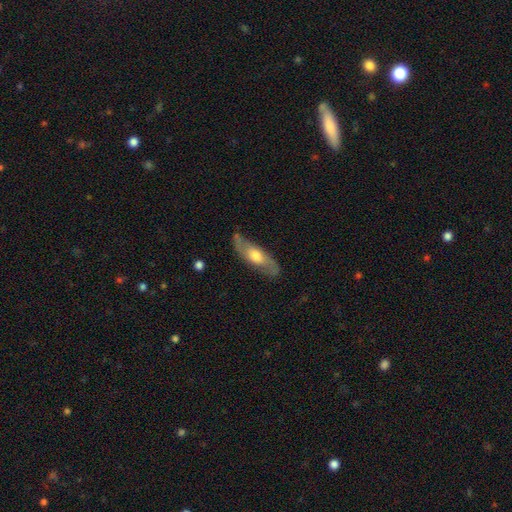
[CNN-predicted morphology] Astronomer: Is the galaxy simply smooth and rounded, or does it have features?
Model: featured or disk — 59% (runner-up: smooth, 36%).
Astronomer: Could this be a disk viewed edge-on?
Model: no — 66%.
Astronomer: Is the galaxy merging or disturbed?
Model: none — 76%.